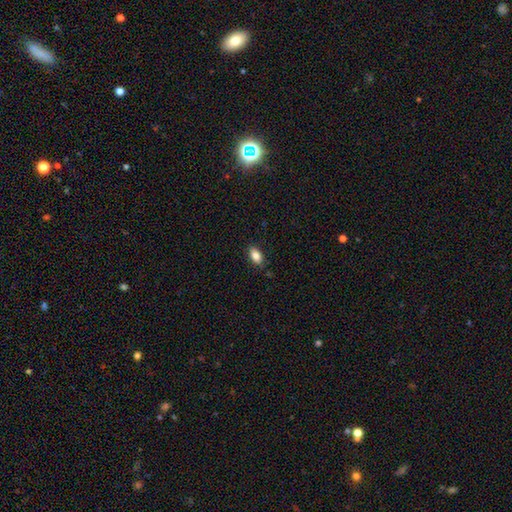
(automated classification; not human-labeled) smooth_or_featured: smooth (p=0.82) [alt: featured or disk p=0.10]
how_rounded: in between (p=0.90) [alt: cigar-shaped p=0.05]
merging: none (p=0.86) [alt: minor disturbance p=0.11]